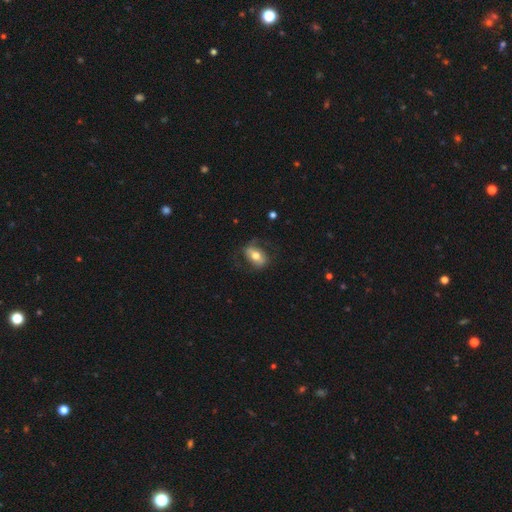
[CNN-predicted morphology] smooth-or-featured: smooth: 57% | featured or disk: 36% | star or artifact: 7%
  how-rounded: in between: 84% | round: 13% | cigar-shaped: 3%
  merging: none: 67% | minor disturbance: 19% | major disturbance: 13% | merger: 1%